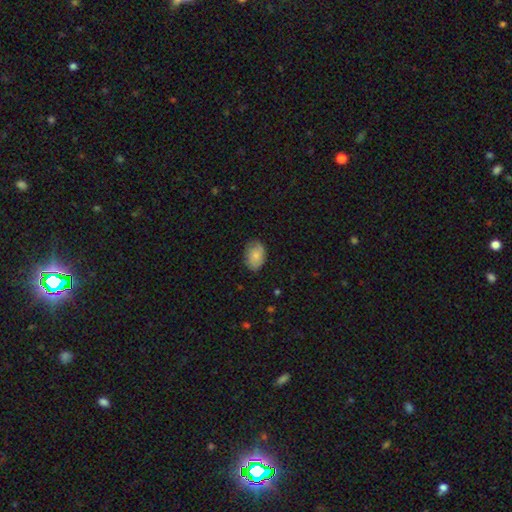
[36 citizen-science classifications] Overall: smooth (86%). How rounded: in between (74%). Merging: none (65%).